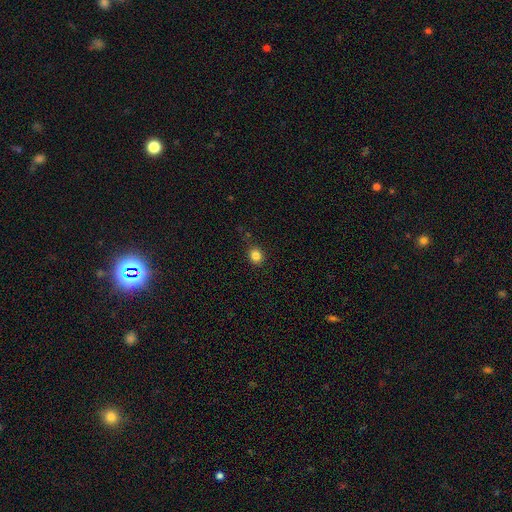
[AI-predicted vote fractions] This appears to be a smooth galaxy with no disk features (84%) that is round (77%). Merging: none (86%).